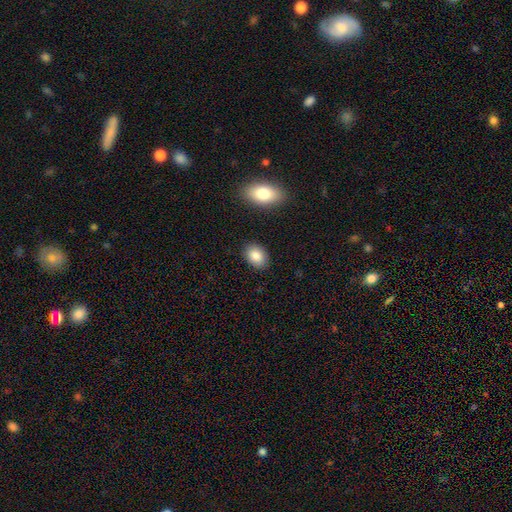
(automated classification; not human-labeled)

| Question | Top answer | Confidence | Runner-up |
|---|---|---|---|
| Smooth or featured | smooth | 85% | star or artifact (8%) |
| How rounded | in between | 78% | round (20%) |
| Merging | none | 86% | minor disturbance (9%) |